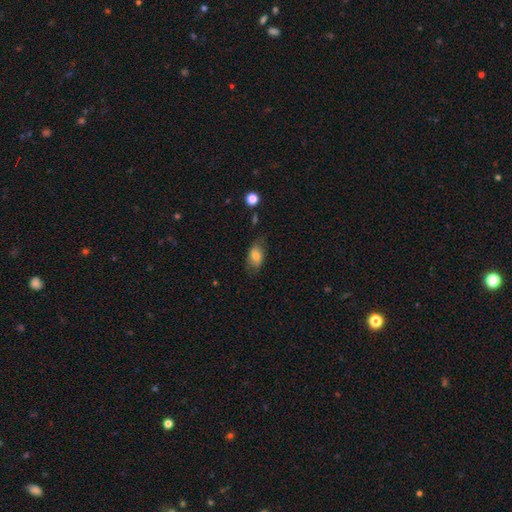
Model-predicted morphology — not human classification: This is likely a smooth galaxy (70%). How rounded: clearly in between (88%). Merging: likely none (65%).